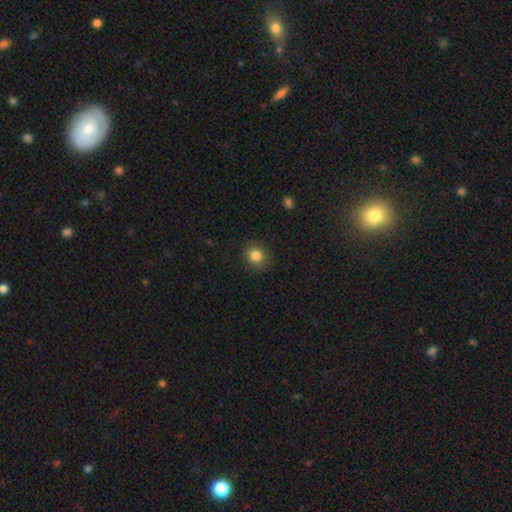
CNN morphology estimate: Smooth or featured: smooth — 84% (star or artifact — 11%)
How rounded: round — 83% (in between — 16%)
Merging: none — 87% (minor disturbance — 9%)